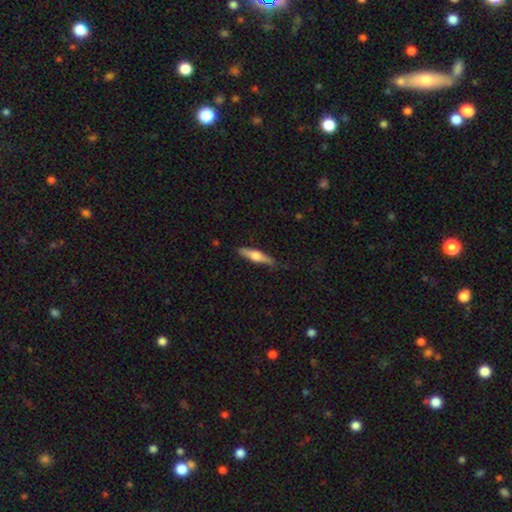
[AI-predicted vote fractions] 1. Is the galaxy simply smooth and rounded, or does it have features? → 52% featured or disk, 43% smooth, 5% star or artifact.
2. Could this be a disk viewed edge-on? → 94% yes, 6% no.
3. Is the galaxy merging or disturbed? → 80% none, 16% minor disturbance, 3% major disturbance, 1% merger.